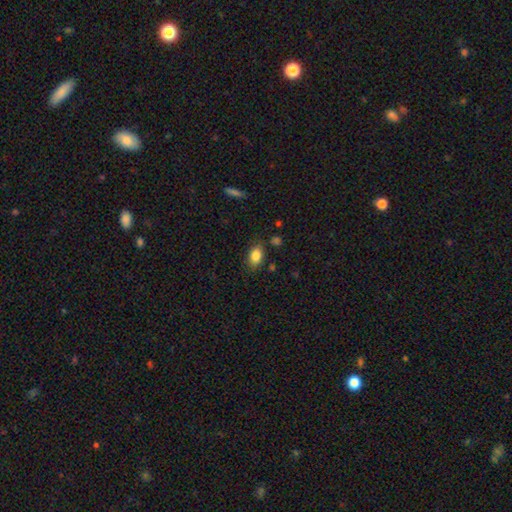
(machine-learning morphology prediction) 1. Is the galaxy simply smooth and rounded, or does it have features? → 85% smooth, 9% star or artifact, 6% featured or disk.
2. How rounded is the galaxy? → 84% in between, 14% round, 2% cigar-shaped.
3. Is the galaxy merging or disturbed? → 81% none, 13% minor disturbance, 3% major disturbance, 2% merger.